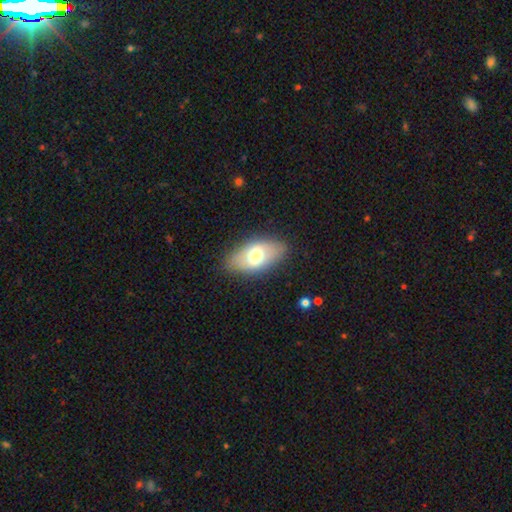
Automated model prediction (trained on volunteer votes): The model was most divided on "smooth or featured": smooth: 64%, featured or disk: 29%, star or artifact: 7%. More confident: how rounded — in between (90%); merging — none (82%).